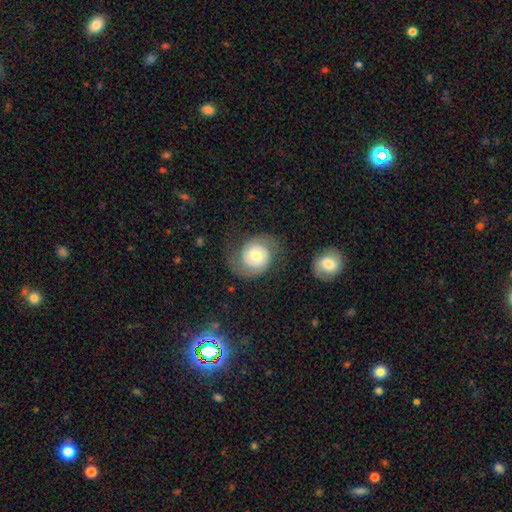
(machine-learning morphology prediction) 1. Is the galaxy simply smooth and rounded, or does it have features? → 70% featured or disk, 23% smooth, 7% star or artifact.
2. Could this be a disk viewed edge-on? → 98% no, 2% yes.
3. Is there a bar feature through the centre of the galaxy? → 75% no, 21% weak, 4% strong.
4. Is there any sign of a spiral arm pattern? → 92% yes, 8% no.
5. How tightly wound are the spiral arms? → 47% tight, 37% medium, 16% loose.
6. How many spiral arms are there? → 84% 2, 7% can't tell, 4% 1, 2% 3, 1% 4, 1% more than 4.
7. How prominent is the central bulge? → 53% moderate, 37% small, 7% large, 2% dominant, 2% none.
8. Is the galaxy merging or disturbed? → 67% none, 17% minor disturbance, 13% major disturbance, 3% merger.